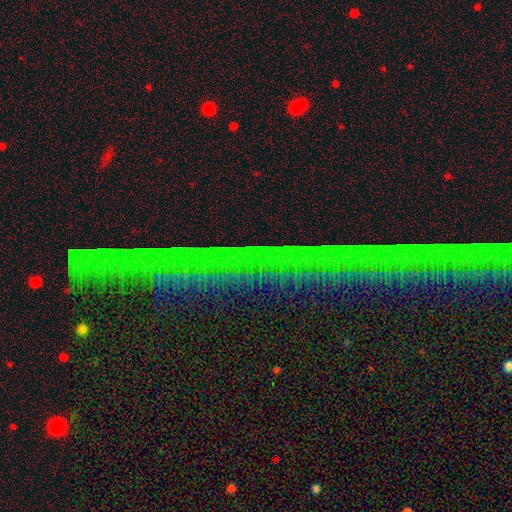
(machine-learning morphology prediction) Smooth or featured? Predicted: star or artifact (p=0.83).